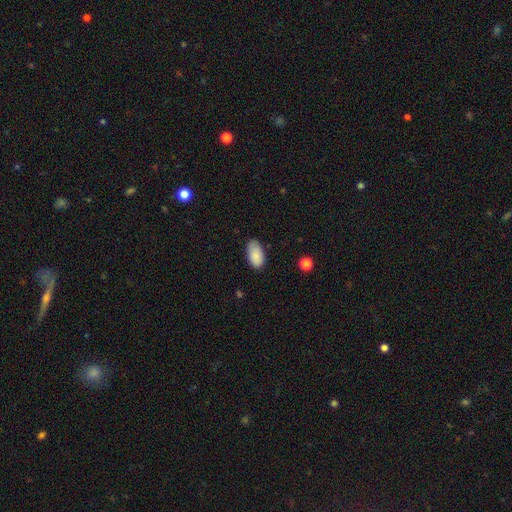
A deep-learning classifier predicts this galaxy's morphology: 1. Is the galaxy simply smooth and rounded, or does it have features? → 85% smooth, 8% featured or disk, 7% star or artifact.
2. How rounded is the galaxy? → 94% in between, 3% round, 2% cigar-shaped.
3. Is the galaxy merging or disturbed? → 74% none, 21% minor disturbance, 4% major disturbance, 1% merger.